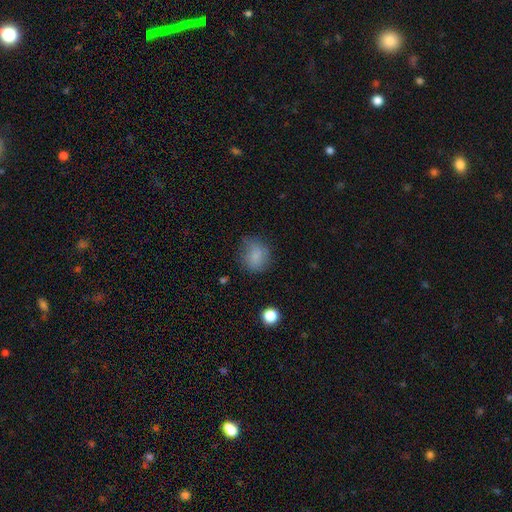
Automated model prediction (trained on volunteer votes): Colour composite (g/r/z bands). It shows a smooth galaxy with no disk features (82%) that is round (68%). Merging: none (66%).